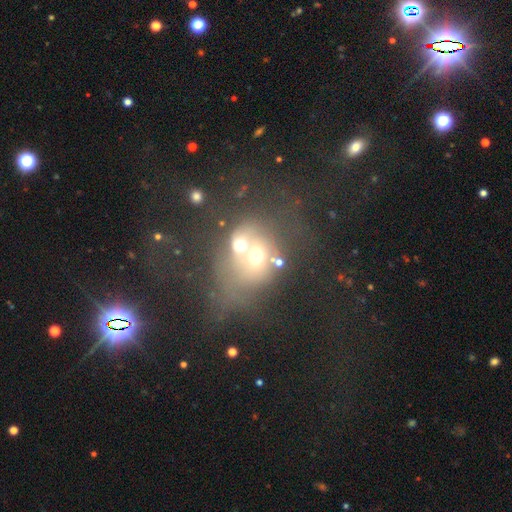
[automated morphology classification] A smooth galaxy with no disk features (49%). Merging: merger (59%).